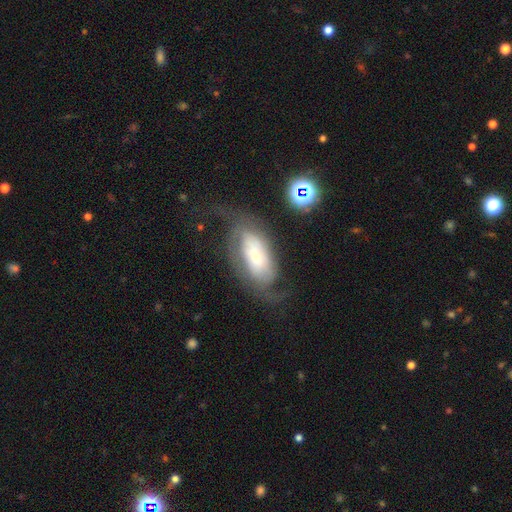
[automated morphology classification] A featured or disk galaxy (65%) with no bar (66%), spiral arms (78%) and a small central bulge (59%).

Vote fractions:
- Smooth or featured? featured or disk: 65% / smooth: 27% / star or artifact: 8%
- Edge-on disk? no: 91% / yes: 9%
- Bar? no: 66% / weak: 23% / strong: 11%
- Spiral arms? yes: 78% / no: 22%
- Bulge size? small: 59% / moderate: 27% / large: 8% / dominant: 4% / none: 2%
- Merging? none: 43% / major disturbance: 34% / minor disturbance: 20% / merger: 3%